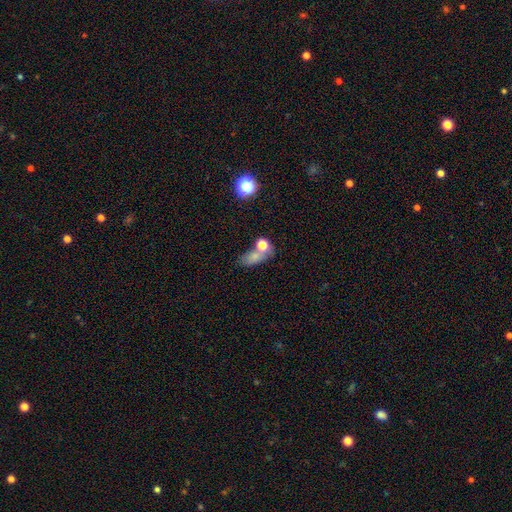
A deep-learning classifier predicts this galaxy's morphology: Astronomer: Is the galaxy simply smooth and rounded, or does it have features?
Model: smooth — 71%.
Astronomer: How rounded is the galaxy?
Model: in between — 71%.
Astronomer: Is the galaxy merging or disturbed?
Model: none — 40% (runner-up: merger, 35%).